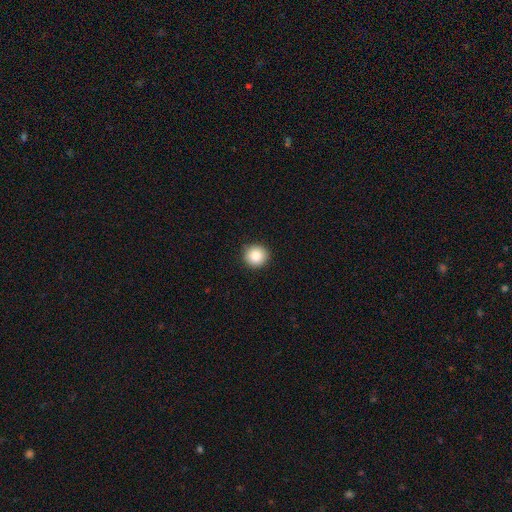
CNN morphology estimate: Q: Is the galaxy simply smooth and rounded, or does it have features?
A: smooth — 87%.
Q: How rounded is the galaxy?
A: round — 94%.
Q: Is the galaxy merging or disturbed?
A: none — 91%.